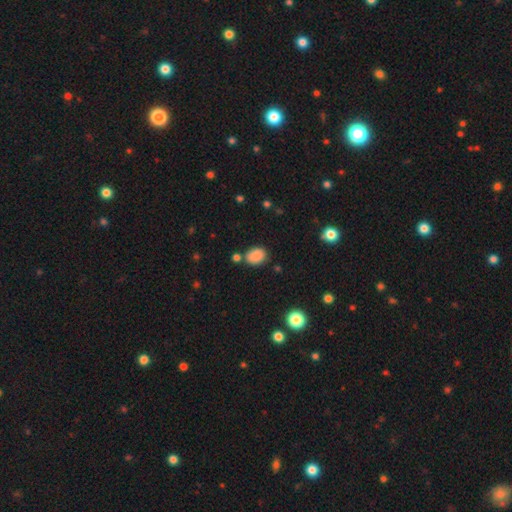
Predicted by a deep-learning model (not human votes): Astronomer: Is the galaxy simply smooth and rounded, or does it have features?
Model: smooth — 85%.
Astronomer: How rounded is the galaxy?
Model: in between — 67%.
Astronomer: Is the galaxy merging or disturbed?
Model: none — 72%.